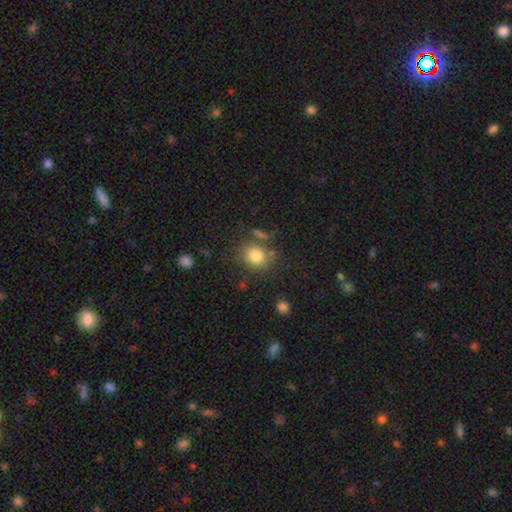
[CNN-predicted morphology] smooth_or_featured: smooth (p=0.81) [alt: star or artifact p=0.11]
how_rounded: round (p=0.71) [alt: in between p=0.28]
merging: none (p=0.72) [alt: minor disturbance p=0.14]